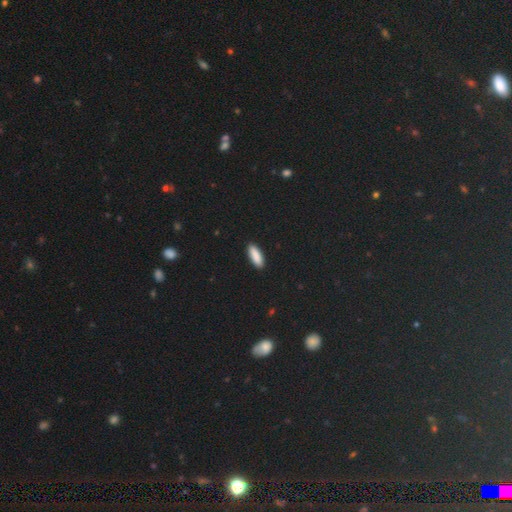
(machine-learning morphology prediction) A smooth galaxy with no disk features (89%) that is in between round and cigar-shaped (59%). Merging: none (91%).